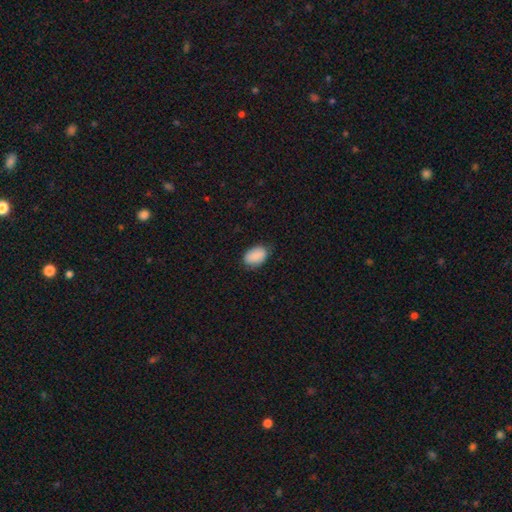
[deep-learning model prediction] Morphology: type=smooth (89%); roundness=in between (87%); merging=none (77%).